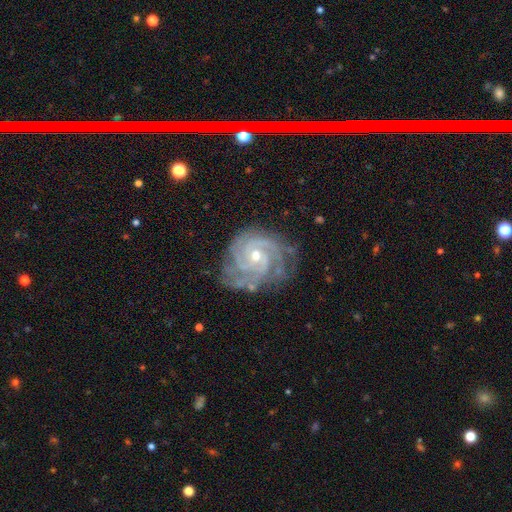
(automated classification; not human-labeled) Smooth or featured? Predicted: featured or disk (p=0.92). Edge-on disk? Predicted: no (p=0.98). Bar? Predicted: no (p=0.60). Spiral arms? Predicted: yes (p=0.98). Spiral winding? Predicted: tight (p=0.73). Spiral arm count? Predicted: 3 (p=0.35). Bulge size? Predicted: small (p=0.50). Merging? Predicted: none (p=0.73).